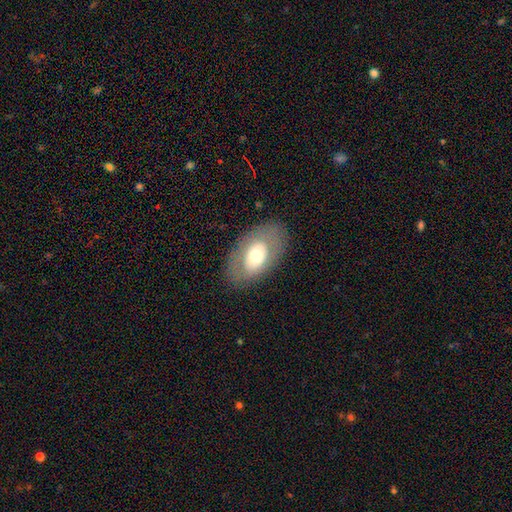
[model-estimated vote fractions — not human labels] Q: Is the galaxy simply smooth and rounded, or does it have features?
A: smooth — 53%.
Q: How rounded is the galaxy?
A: in between — 87%.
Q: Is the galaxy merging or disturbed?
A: none — 81%.